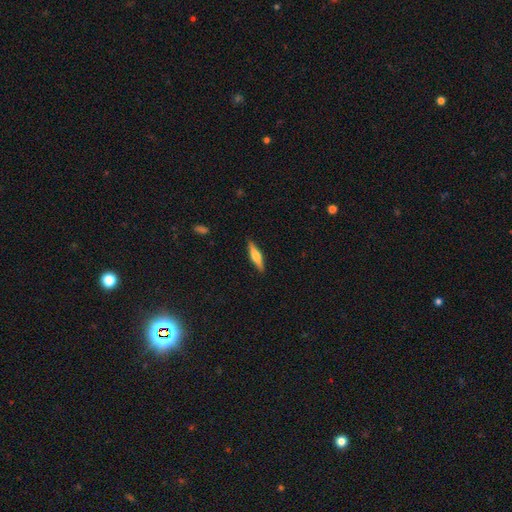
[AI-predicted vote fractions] Smooth or featured? Predicted: featured or disk (p=0.51). Edge-on disk? Predicted: yes (p=0.96). Merging? Predicted: none (p=0.89).